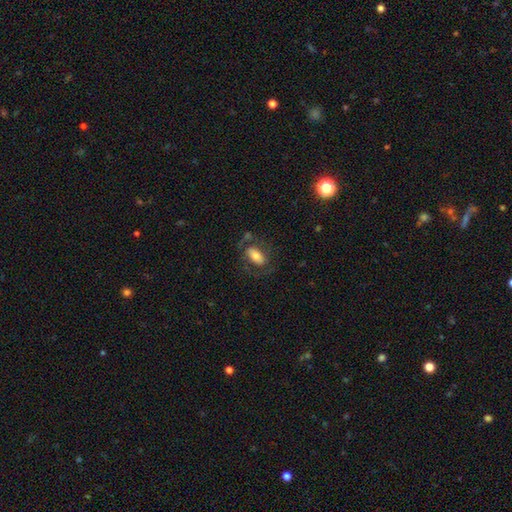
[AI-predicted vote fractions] smooth 60%, featured or disk 32%, star or artifact 7%. Down the decision tree: how rounded — in between (90%); merging — none (57%).